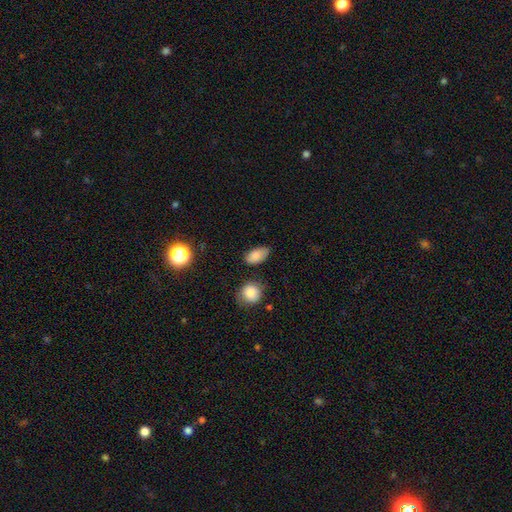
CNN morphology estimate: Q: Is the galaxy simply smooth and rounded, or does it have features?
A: smooth — 84%.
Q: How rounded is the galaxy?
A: in between — 91%.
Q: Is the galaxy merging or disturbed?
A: none — 73%.